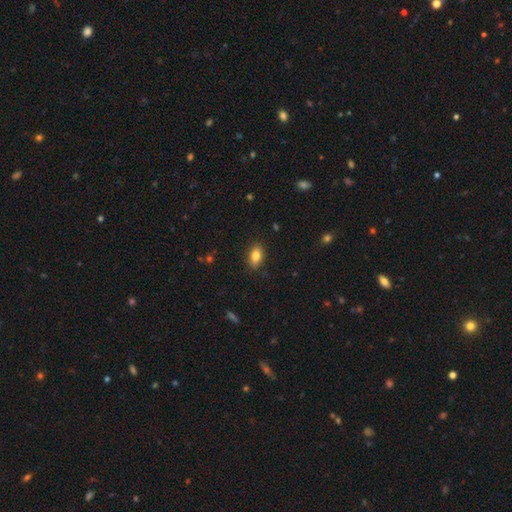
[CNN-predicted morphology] Smooth or featured? smooth (82%)
How rounded? in between (86%)
Merging? none (86%)